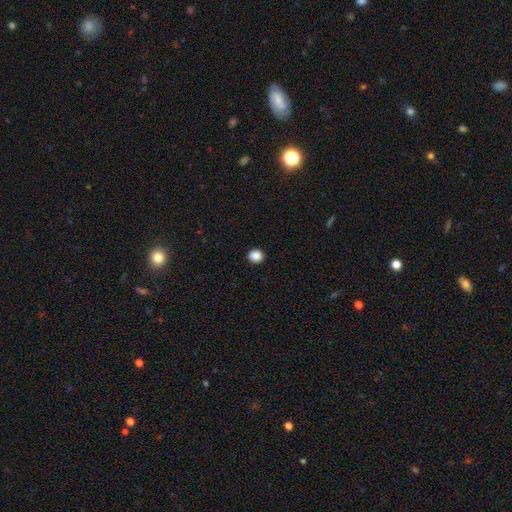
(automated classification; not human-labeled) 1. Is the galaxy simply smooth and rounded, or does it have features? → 88% smooth, 10% star or artifact, 3% featured or disk.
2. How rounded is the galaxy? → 81% round, 18% in between, 1% cigar-shaped.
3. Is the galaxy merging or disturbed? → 92% none, 6% minor disturbance, 2% major disturbance, 1% merger.